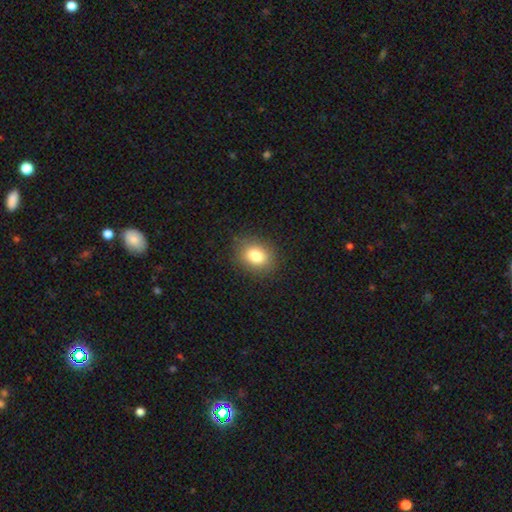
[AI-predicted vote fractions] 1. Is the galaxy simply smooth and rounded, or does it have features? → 81% smooth, 11% star or artifact, 8% featured or disk.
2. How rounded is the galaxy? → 54% in between, 45% round, 1% cigar-shaped.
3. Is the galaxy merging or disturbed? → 87% none, 9% minor disturbance, 3% major disturbance, 1% merger.